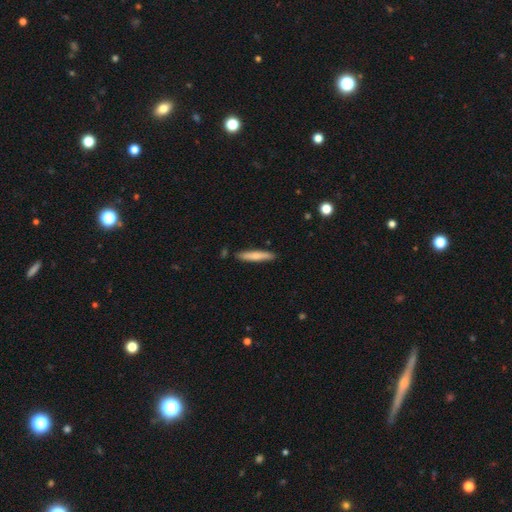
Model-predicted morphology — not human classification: This appears to be a smooth galaxy with no disk features (71%) that is cigar-shaped (91%). Merging: none (86%).